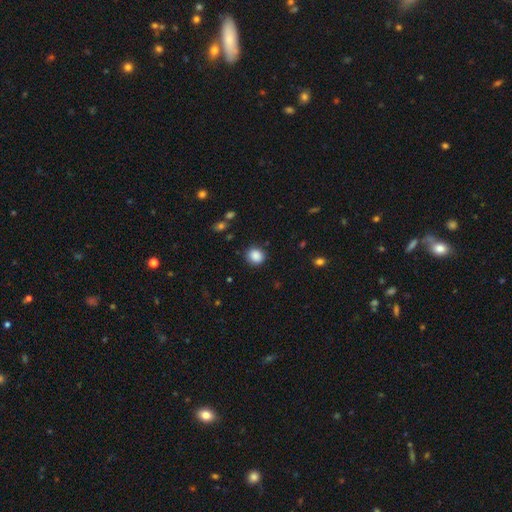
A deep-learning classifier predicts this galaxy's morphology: Smooth or featured? smooth (87%)
How rounded? round (79%)
Merging? none (87%)